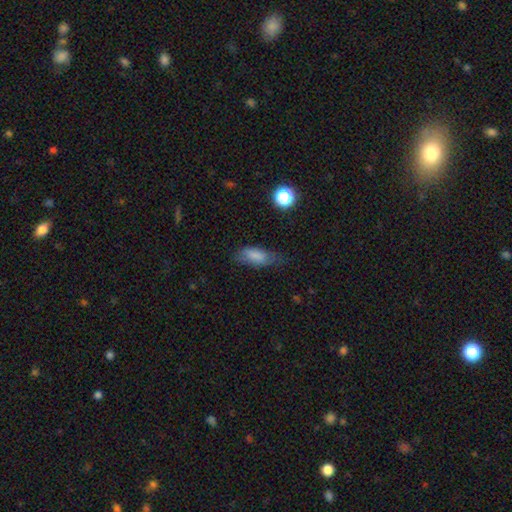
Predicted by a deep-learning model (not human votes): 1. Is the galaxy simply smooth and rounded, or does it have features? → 78% smooth, 12% featured or disk, 10% star or artifact.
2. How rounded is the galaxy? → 82% in between, 14% cigar-shaped, 4% round.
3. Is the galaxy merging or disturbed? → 53% none, 31% minor disturbance, 14% major disturbance, 2% merger.